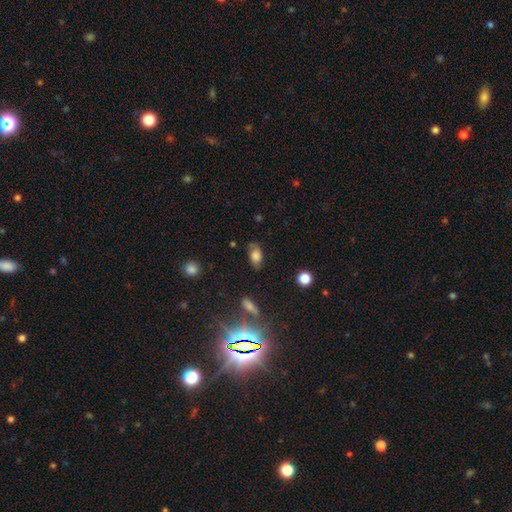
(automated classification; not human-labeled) Smooth or featured?
  - smooth: 66% *
  - featured or disk: 23%
  - star or artifact: 11%
How rounded?
  - in between: 87% *
  - round: 10%
  - cigar-shaped: 3%
Merging?
  - none: 64% *
  - minor disturbance: 25%
  - major disturbance: 9%
  - merger: 3%